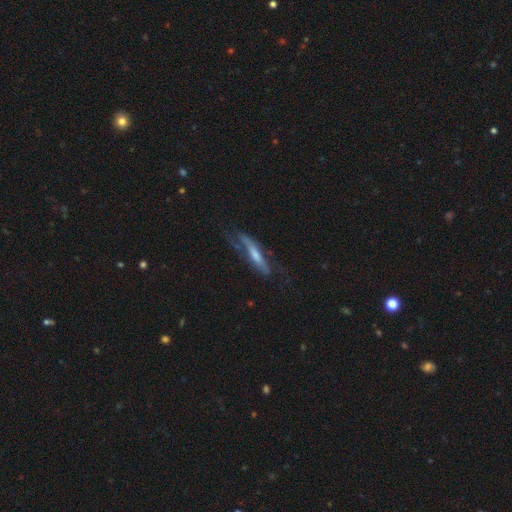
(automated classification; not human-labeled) Smooth or featured? featured or disk (59%)
Edge-on disk? yes (68%)
Merging? none (50%)